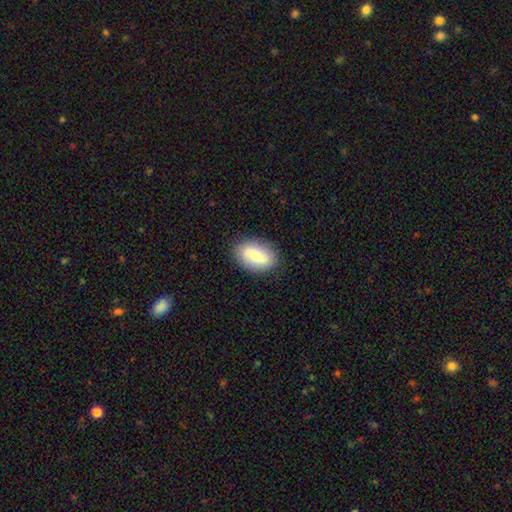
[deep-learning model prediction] A smooth galaxy with no disk features (64%) that is in between round and cigar-shaped (87%). Merging: none (86%).